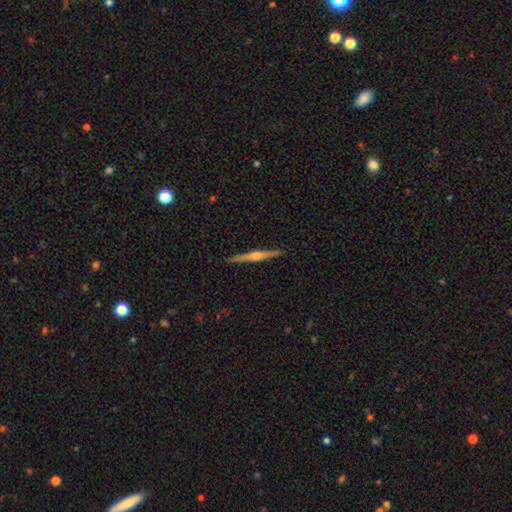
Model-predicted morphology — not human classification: A featured or disk galaxy (80%) viewed edge-on (99%) with a rounded central bulge (87%). Merging: none (92%).